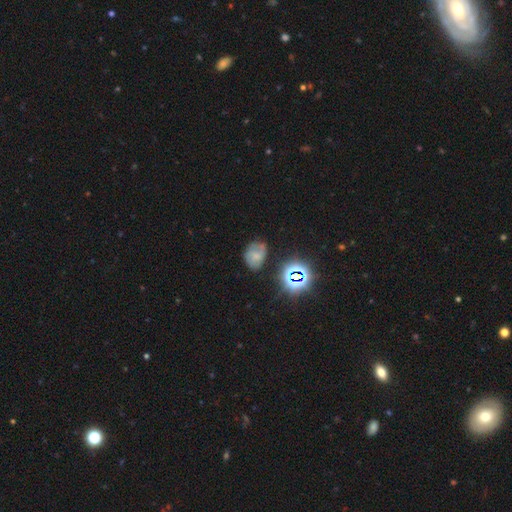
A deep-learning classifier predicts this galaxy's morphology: This appears to be a smooth galaxy with no disk features (48%). Merging: none (56%).